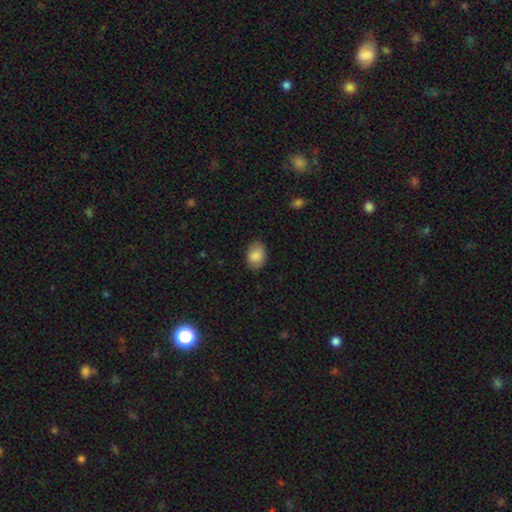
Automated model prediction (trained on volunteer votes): Q: Smooth or featured?
A: smooth (84%); runner-up: featured or disk (9%)
Q: How rounded?
A: in between (82%); runner-up: round (17%)
Q: Merging?
A: none (81%); runner-up: minor disturbance (15%)